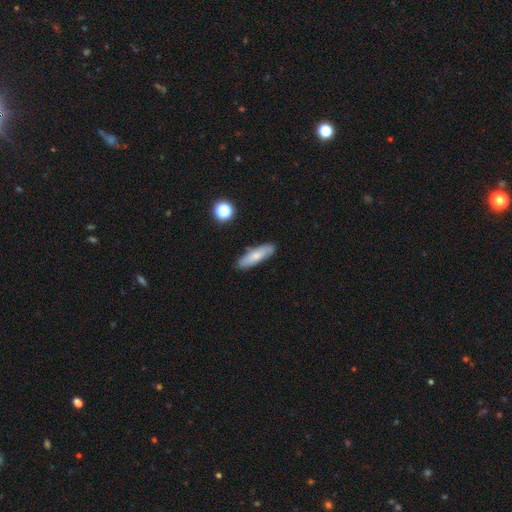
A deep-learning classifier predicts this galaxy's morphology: type=smooth (68%); roundness=cigar-shaped (60%); merging=none (82%).